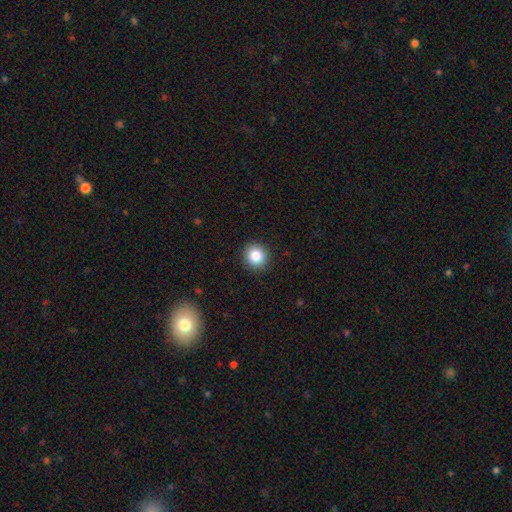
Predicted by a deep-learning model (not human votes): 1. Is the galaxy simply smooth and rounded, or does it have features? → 85% smooth, 9% star or artifact, 6% featured or disk.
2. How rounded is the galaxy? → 91% round, 9% in between, 1% cigar-shaped.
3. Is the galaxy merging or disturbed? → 91% none, 6% minor disturbance, 2% major disturbance, 1% merger.